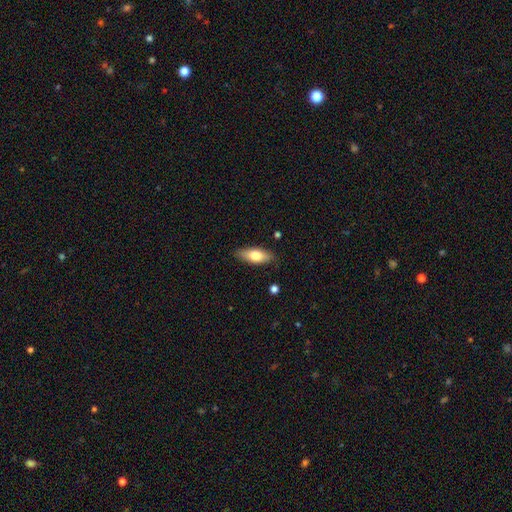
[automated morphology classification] Smooth or featured? Predicted: smooth (p=0.72). How rounded? Predicted: in between (p=0.72). Merging? Predicted: none (p=0.85).